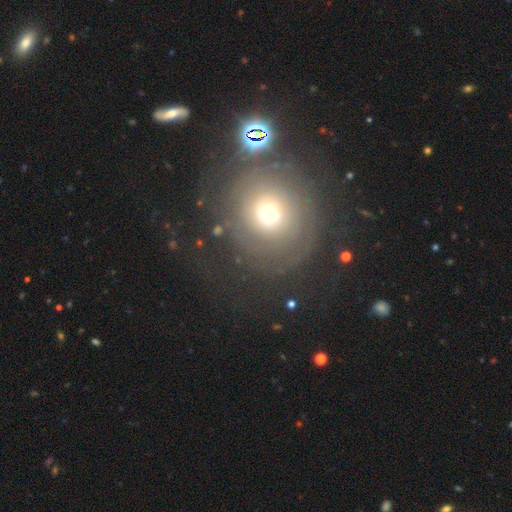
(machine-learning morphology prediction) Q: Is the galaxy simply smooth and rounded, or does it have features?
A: smooth — 44%.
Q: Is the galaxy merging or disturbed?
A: none — 71%.